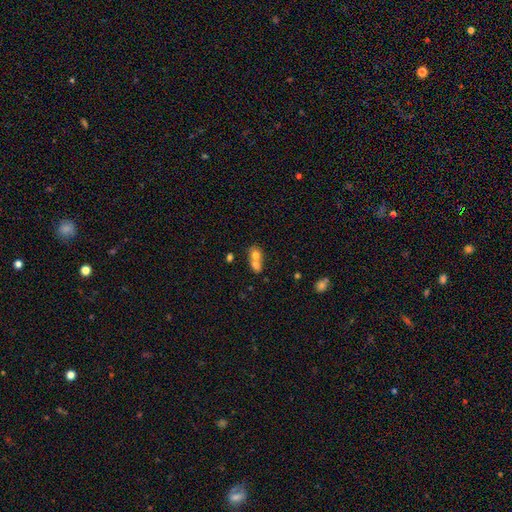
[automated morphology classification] This appears to be a smooth galaxy with no disk features (70%) that is round (52%). Merging: merger (72%).